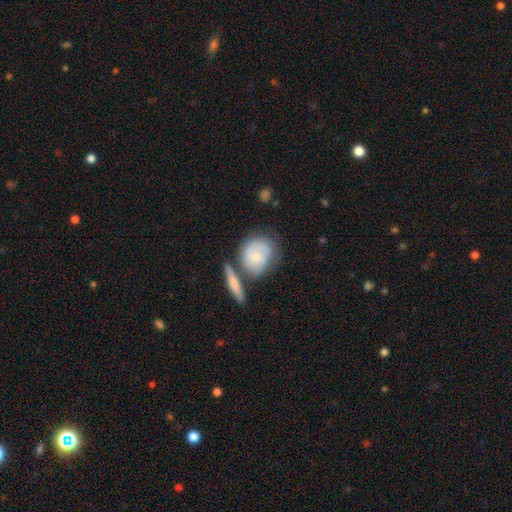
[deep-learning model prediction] This is possibly a smooth galaxy (51%). How rounded: possibly round (57%). Merging: possibly none (48%).